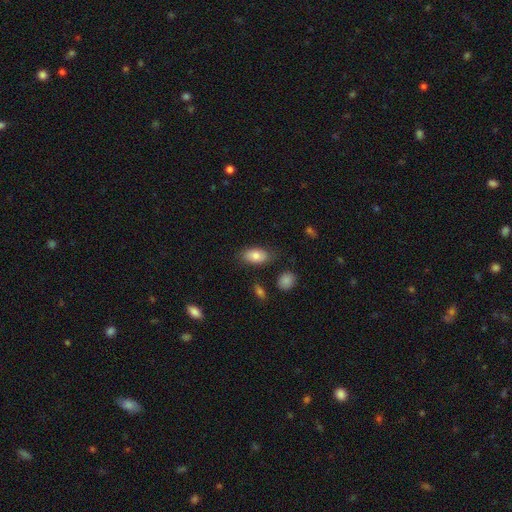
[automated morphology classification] A smooth galaxy with no disk features (82%) that is in between round and cigar-shaped (92%).

Vote fractions:
- Smooth or featured? smooth: 82% / featured or disk: 11% / star or artifact: 7%
- How rounded? in between: 92% / round: 4% / cigar-shaped: 4%
- Merging? none: 79% / minor disturbance: 14% / major disturbance: 4% / merger: 3%